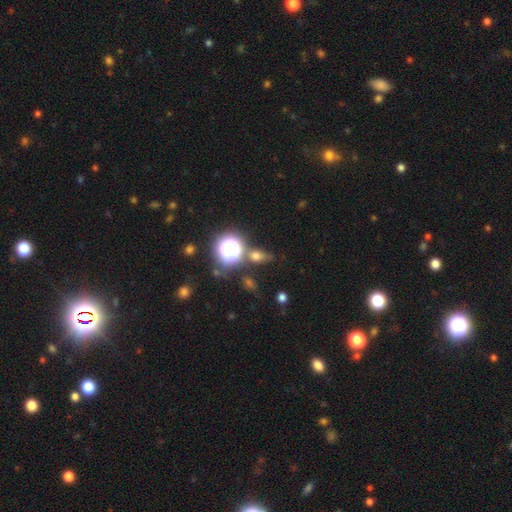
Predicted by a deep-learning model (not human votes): The model was most divided on "how rounded": in between: 49%, round: 45%, cigar-shaped: 6%. More confident: merging — none (68%); smooth or featured — smooth (55%).